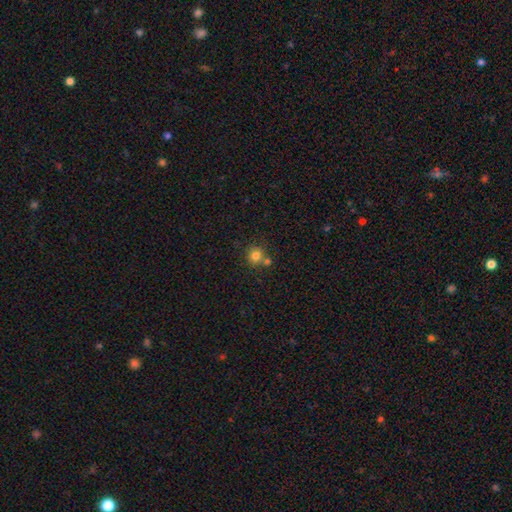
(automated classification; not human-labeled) Morphology: type=smooth (80%); roundness=round (88%); merging=none (60%).